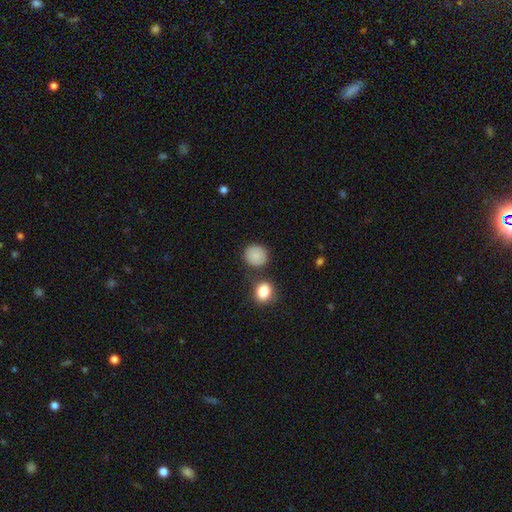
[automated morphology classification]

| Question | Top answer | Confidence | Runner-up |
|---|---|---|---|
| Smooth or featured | smooth | 84% | star or artifact (9%) |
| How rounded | round | 86% | in between (13%) |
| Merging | none | 76% | minor disturbance (12%) |